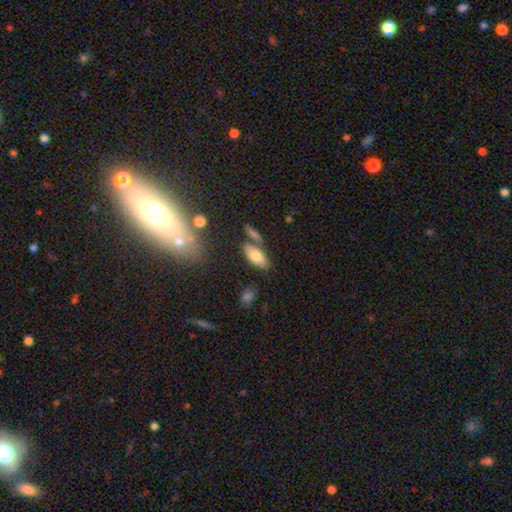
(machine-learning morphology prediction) Q: Smooth or featured?
A: smooth (76%); runner-up: featured or disk (16%)
Q: How rounded?
A: in between (87%); runner-up: cigar-shaped (10%)
Q: Merging?
A: none (66%); runner-up: merger (16%)